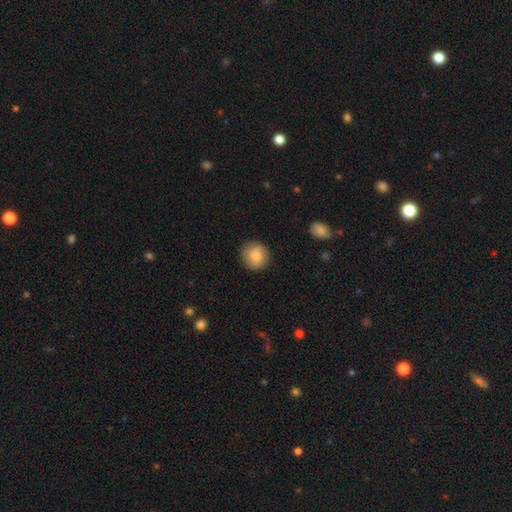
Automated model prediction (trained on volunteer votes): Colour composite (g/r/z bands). It shows a smooth galaxy with no disk features (80%) that is round (92%). Merging: none (87%).